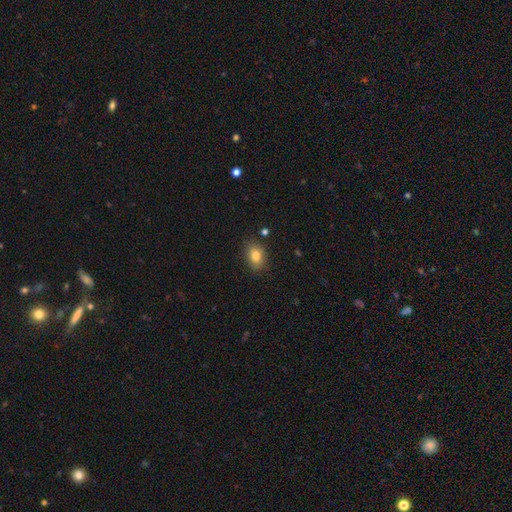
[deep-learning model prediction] A smooth galaxy with no disk features (82%) that is in between round and cigar-shaped (75%). Merging: none (84%).